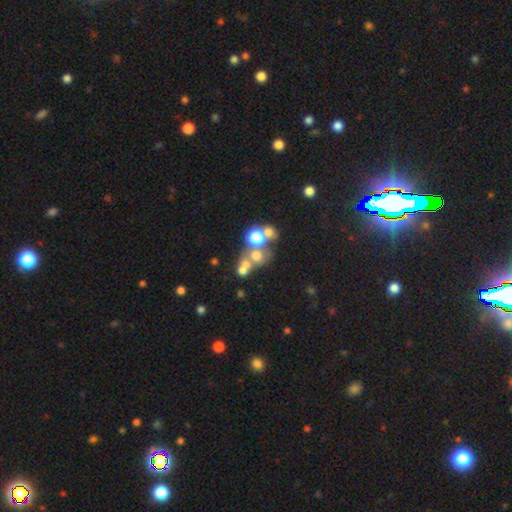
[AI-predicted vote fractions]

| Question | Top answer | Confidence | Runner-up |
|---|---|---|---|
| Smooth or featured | smooth | 46% | star or artifact (28%) |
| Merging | merger | 45% | none (38%) |